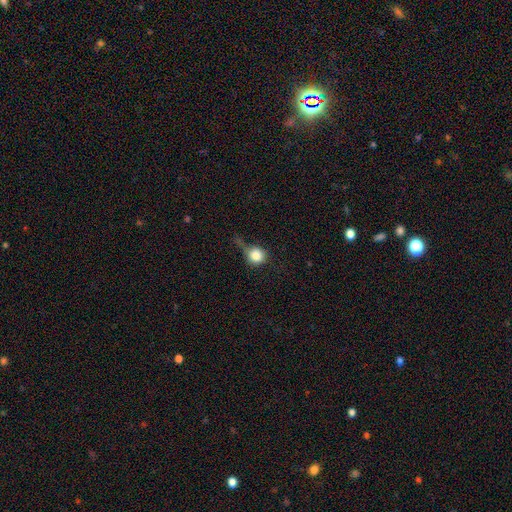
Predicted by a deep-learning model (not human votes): Smooth or featured? Predicted: smooth (p=0.78). How rounded? Predicted: round (p=0.87). Merging? Predicted: none (p=0.38).